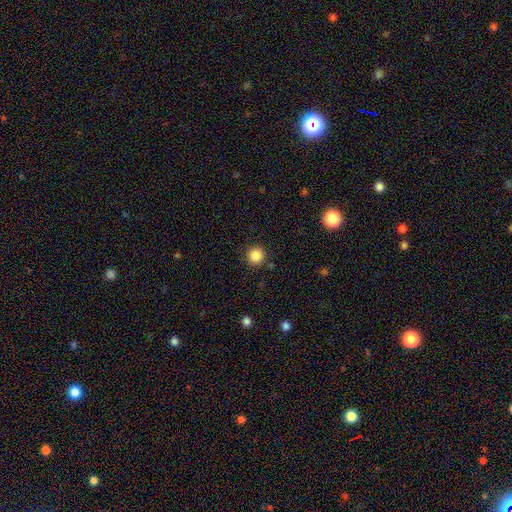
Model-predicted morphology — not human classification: type=smooth (86%); roundness=round (95%); merging=none (91%).